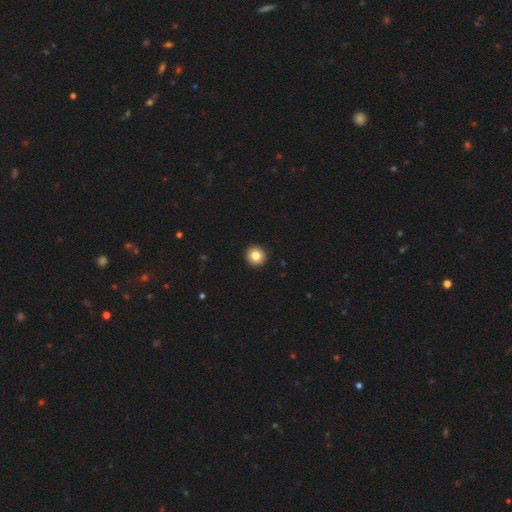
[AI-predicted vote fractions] smooth_or_featured: smooth (p=0.84) [alt: star or artifact p=0.10]
how_rounded: round (p=0.95) [alt: in between p=0.04]
merging: none (p=0.94) [alt: minor disturbance p=0.04]